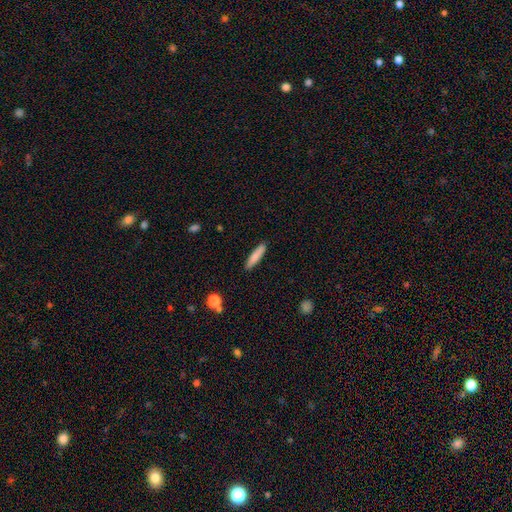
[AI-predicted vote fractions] Morphology: type=smooth (80%); roundness=cigar-shaped (83%); merging=none (89%).